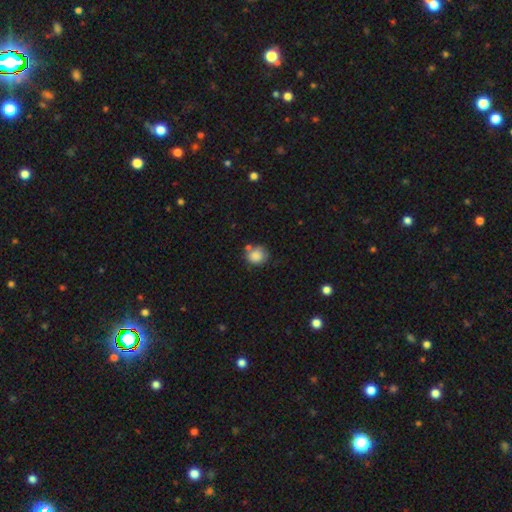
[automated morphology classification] A smooth galaxy with no disk features (84%) that is round (77%). Merging: none (61%).